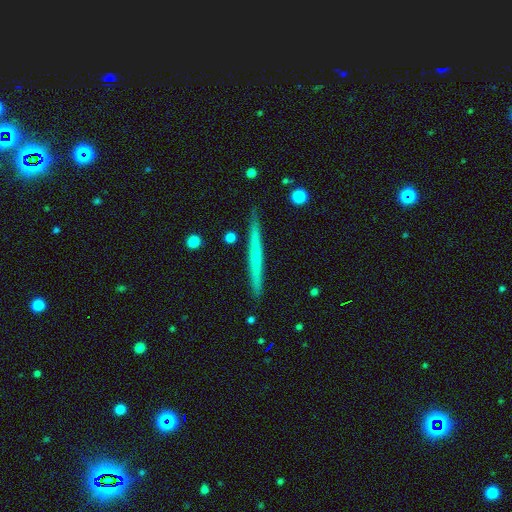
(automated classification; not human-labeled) Q: Smooth or featured?
A: smooth (49%); runner-up: featured or disk (45%)
Q: Merging?
A: none (90%); runner-up: minor disturbance (7%)